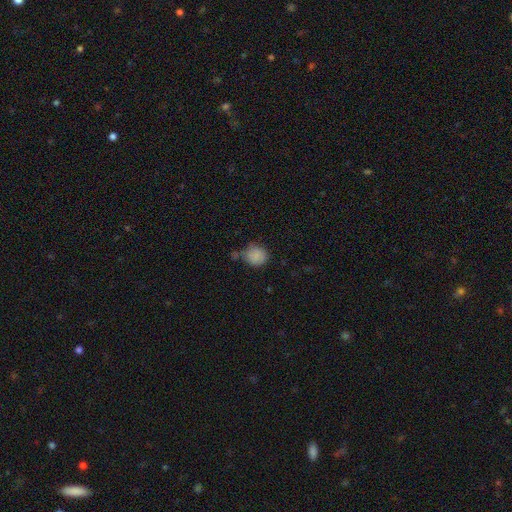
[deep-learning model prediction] This appears to be a smooth galaxy with no disk features (85%) that is round (76%). Merging: none (59%).